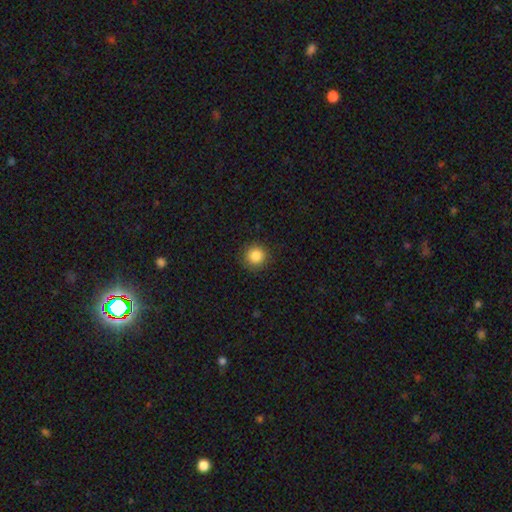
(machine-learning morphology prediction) A smooth galaxy with no disk features (85%) that is round (94%). Merging: none (90%).